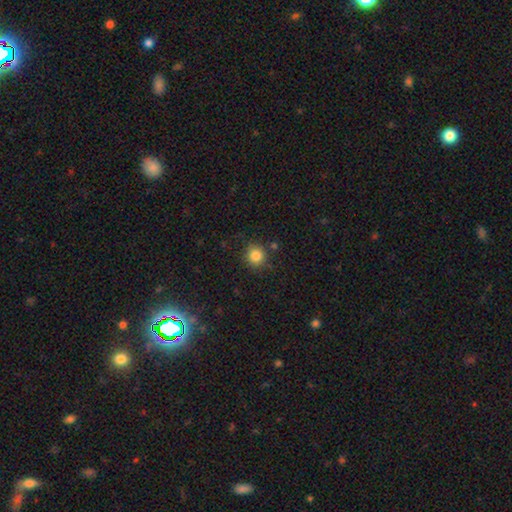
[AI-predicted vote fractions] Q: Smooth or featured?
A: smooth (84%); runner-up: star or artifact (11%)
Q: How rounded?
A: round (90%); runner-up: in between (9%)
Q: Merging?
A: none (85%); runner-up: minor disturbance (9%)